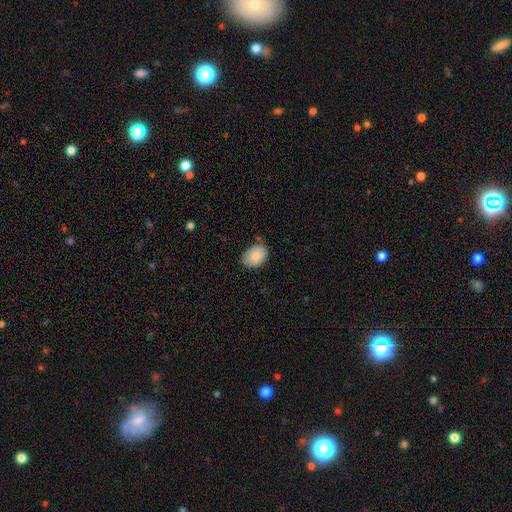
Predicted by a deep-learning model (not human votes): Smooth or featured? smooth (82%)
How rounded? in between (75%)
Merging? none (73%)